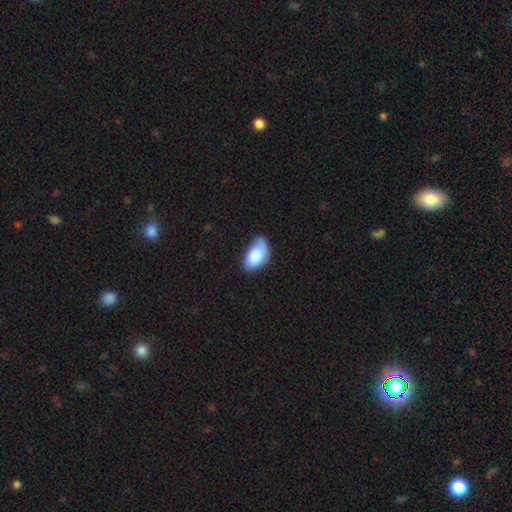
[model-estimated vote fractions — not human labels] smooth 83%, featured or disk 11%, star or artifact 6%. Down the decision tree: how rounded — in between (94%); merging — none (58%).